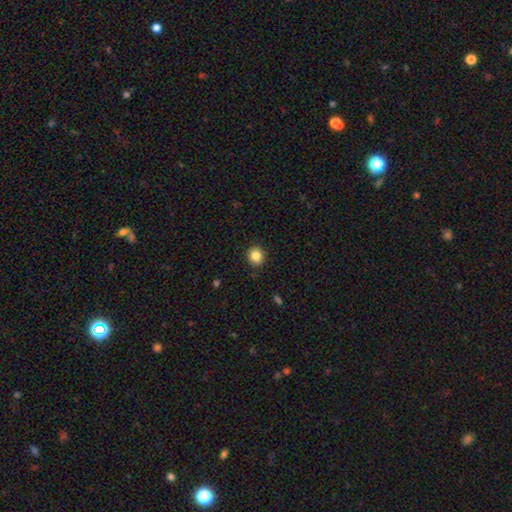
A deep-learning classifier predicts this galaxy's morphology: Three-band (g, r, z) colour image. It shows a smooth galaxy with no disk features (85%) that is round (82%). Merging: none (90%).